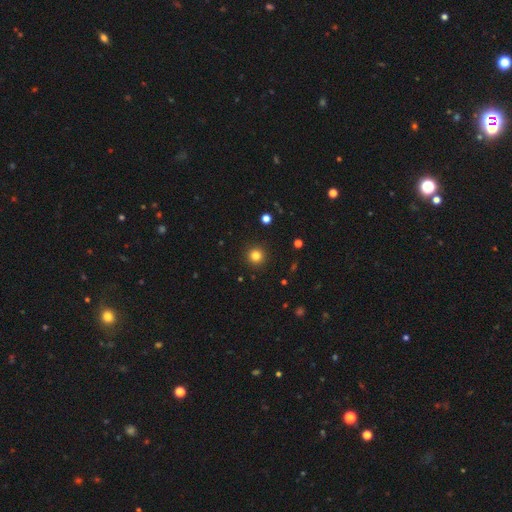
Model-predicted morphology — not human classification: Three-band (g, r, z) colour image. It shows a smooth galaxy with no disk features (82%) that is round (95%). Merging: none (92%).